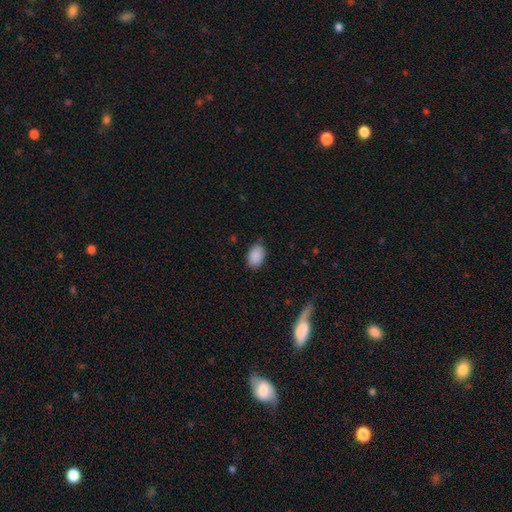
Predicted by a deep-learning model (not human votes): Morphology: type=smooth (89%); roundness=in between (86%); merging=none (80%).